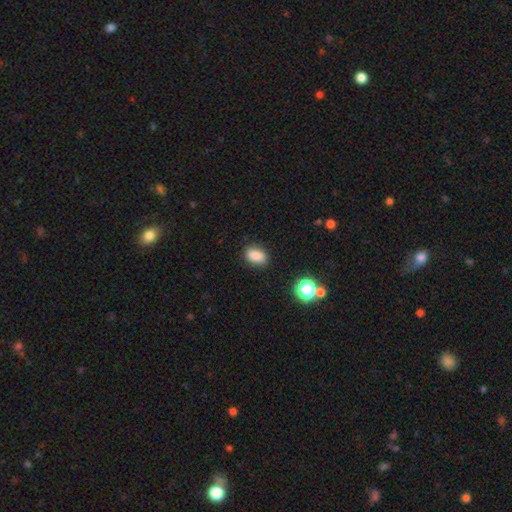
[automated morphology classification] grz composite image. It shows a smooth galaxy with no disk features (84%) that is in between round and cigar-shaped (83%). Merging: none (84%).